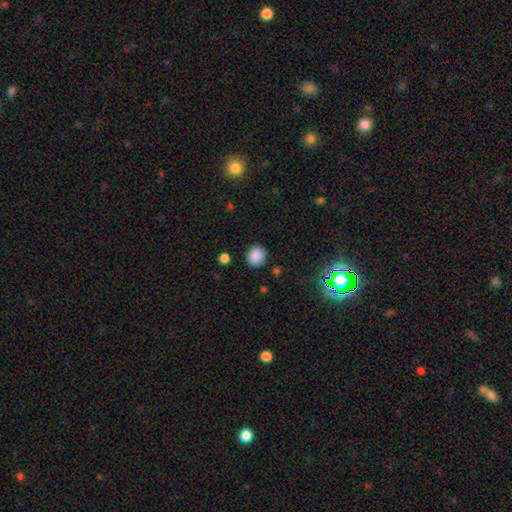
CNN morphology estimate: This appears to be a smooth galaxy with no disk features (86%) that is round (82%). Merging: none (85%).